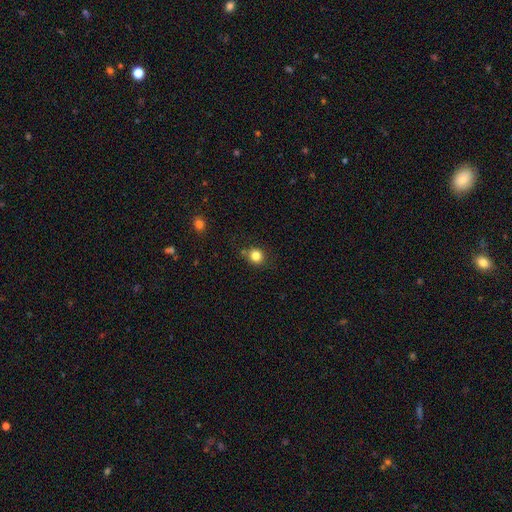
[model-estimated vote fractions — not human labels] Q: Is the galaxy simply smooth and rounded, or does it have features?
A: smooth — 82%.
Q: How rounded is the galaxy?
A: round — 84%.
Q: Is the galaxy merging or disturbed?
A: none — 79%.